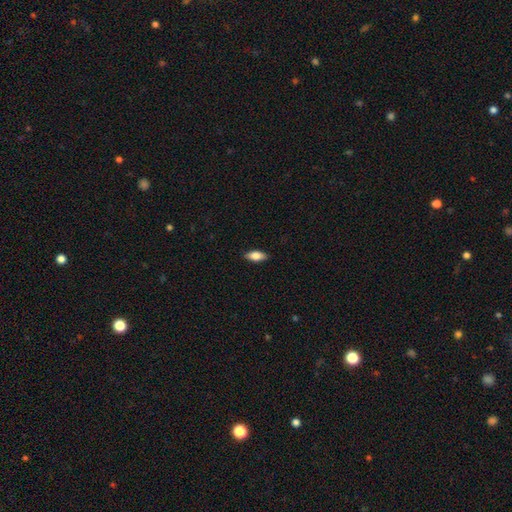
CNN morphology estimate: A smooth galaxy with no disk features (78%) that is in between round and cigar-shaped (84%).

Vote fractions:
- Smooth or featured? smooth: 78% / featured or disk: 16% / star or artifact: 6%
- How rounded? in between: 84% / cigar-shaped: 14% / round: 3%
- Merging? none: 89% / minor disturbance: 9% / major disturbance: 2% / merger: 1%